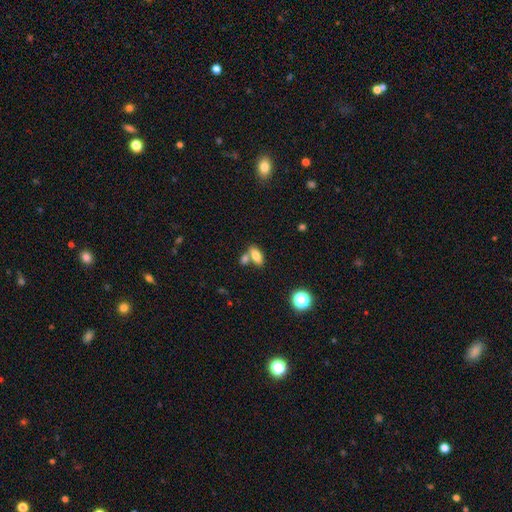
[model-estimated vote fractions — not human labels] smooth 78%, featured or disk 12%, star or artifact 10%. Down the decision tree: how rounded — in between (85%); merging — none (51%).